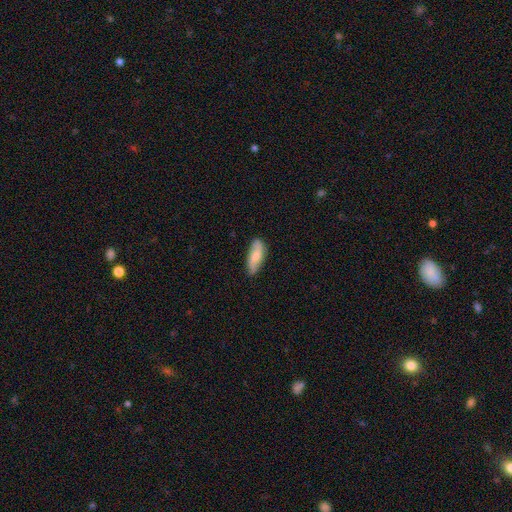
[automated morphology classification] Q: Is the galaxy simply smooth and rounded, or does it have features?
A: smooth — 63%.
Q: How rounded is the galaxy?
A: in between — 68%.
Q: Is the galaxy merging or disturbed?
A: none — 80%.